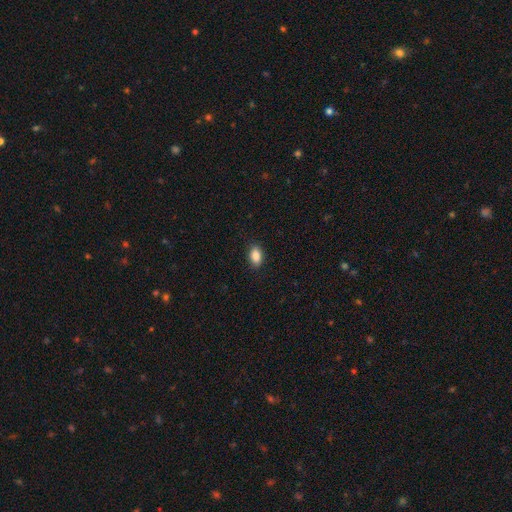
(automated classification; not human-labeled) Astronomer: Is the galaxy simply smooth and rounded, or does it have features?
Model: smooth — 88%.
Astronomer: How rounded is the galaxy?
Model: in between — 88%.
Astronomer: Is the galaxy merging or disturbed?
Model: none — 89%.